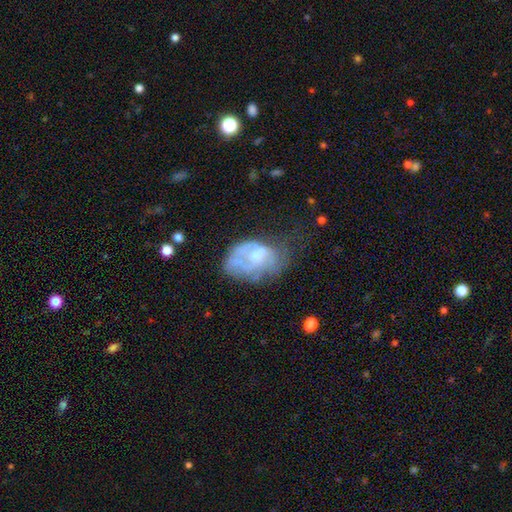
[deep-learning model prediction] The model was most divided on "merging": major disturbance: 34%, none: 31%, minor disturbance: 29%, merger: 7%. Remaining: edge-on disk — no (97%); bar — no (73%); spiral arms — no (61%); smooth or featured — featured or disk (58%); bulge size — moderate (38%).